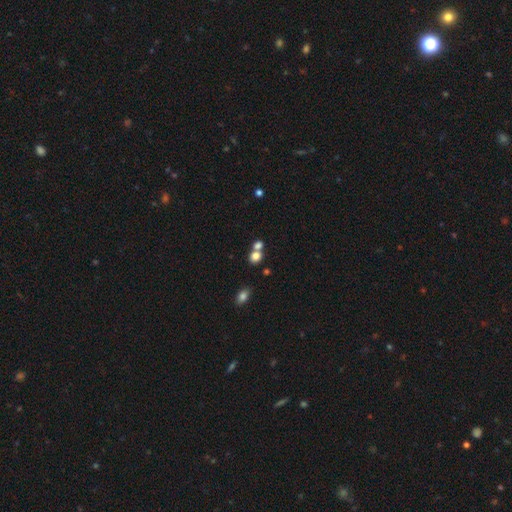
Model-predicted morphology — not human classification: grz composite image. It shows a smooth galaxy with no disk features (79%) that is round (64%). Merging: merger (45%).